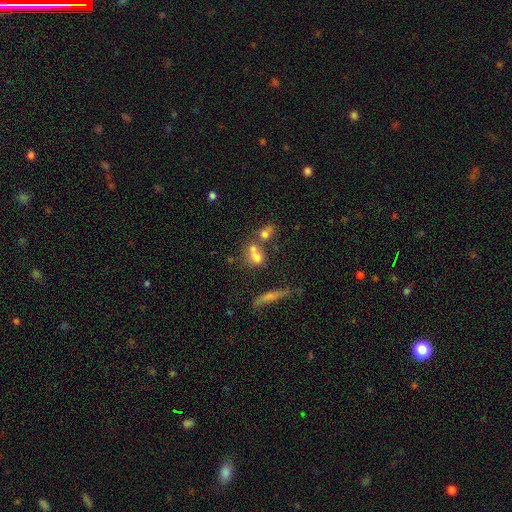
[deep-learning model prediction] Smooth or featured? Predicted: smooth (p=0.63). How rounded? Predicted: in between (p=0.49). Merging? Predicted: merger (p=0.50).